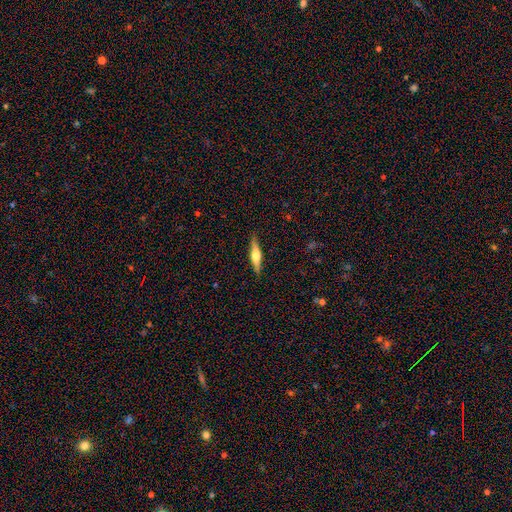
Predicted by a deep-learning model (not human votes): Smooth or featured? featured or disk (58%)
Edge-on disk? yes (96%)
Edge-on bulge? rounded (90%)
Merging? none (89%)